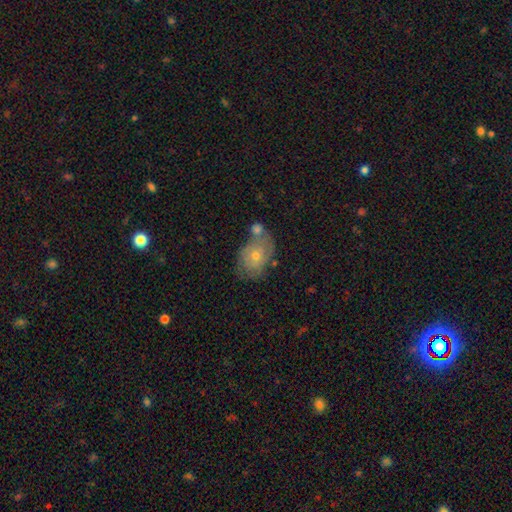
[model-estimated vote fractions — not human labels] Morphology: type=smooth (50%); merging=none (46%).